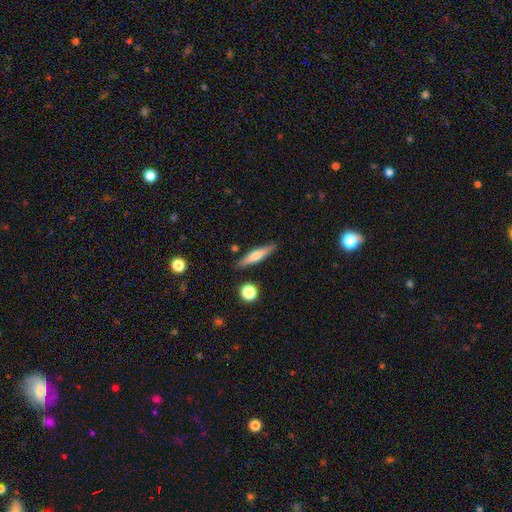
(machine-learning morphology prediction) Smooth or featured?
  - smooth: 51% *
  - featured or disk: 42%
  - star or artifact: 7%
How rounded?
  - cigar-shaped: 82% *
  - in between: 16%
  - round: 2%
Merging?
  - none: 86% *
  - minor disturbance: 9%
  - merger: 3%
  - major disturbance: 2%